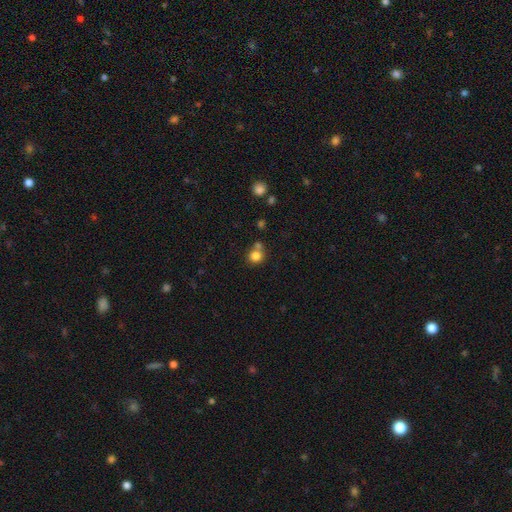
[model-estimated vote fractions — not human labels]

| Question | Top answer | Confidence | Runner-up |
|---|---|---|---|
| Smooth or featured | smooth | 82% | star or artifact (11%) |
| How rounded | round | 86% | in between (13%) |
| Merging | none | 61% | merger (26%) |